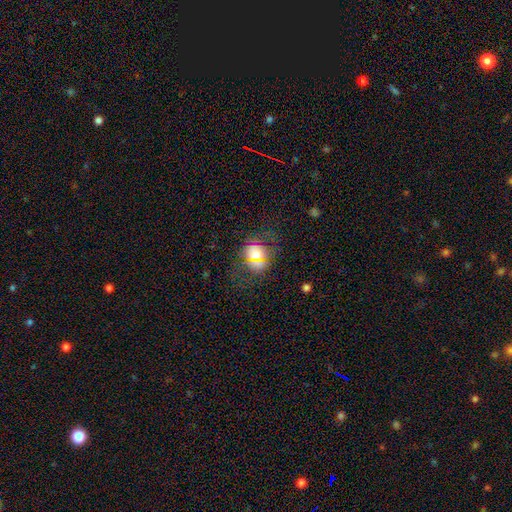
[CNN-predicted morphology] Smooth or featured: smooth — 57% (star or artifact — 26%)
How rounded: round — 76% (in between — 22%)
Merging: none — 77% (minor disturbance — 13%)